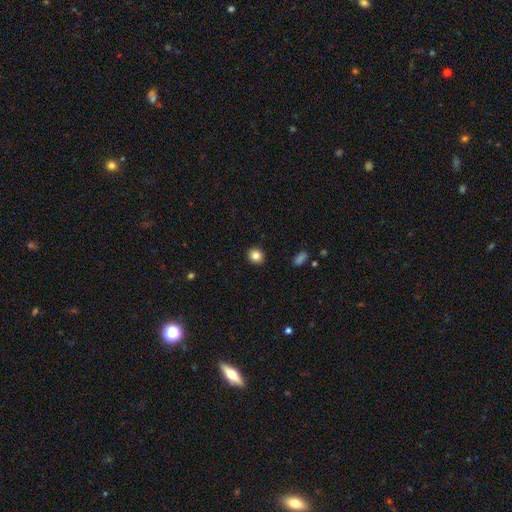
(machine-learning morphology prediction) The model was most divided on "how rounded": round: 86%, in between: 13%, cigar-shaped: 1%. More confident: merging — none (92%); smooth or featured — smooth (84%).